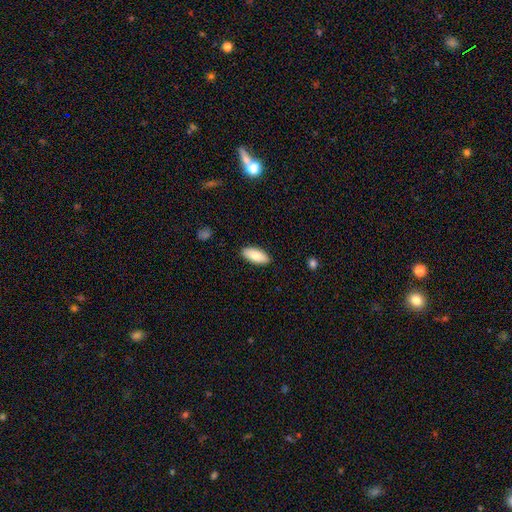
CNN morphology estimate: Smooth or featured?
  - smooth: 80% *
  - featured or disk: 14%
  - star or artifact: 6%
How rounded?
  - in between: 88% *
  - cigar-shaped: 10%
  - round: 2%
Merging?
  - none: 89% *
  - minor disturbance: 8%
  - major disturbance: 2%
  - merger: 1%